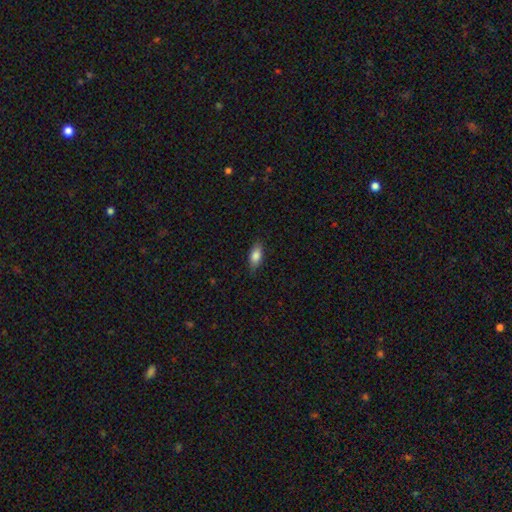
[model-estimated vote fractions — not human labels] Smooth or featured?
  - smooth: 83% *
  - featured or disk: 10%
  - star or artifact: 7%
How rounded?
  - in between: 85% *
  - cigar-shaped: 10%
  - round: 4%
Merging?
  - none: 84% *
  - minor disturbance: 13%
  - major disturbance: 3%
  - merger: 1%